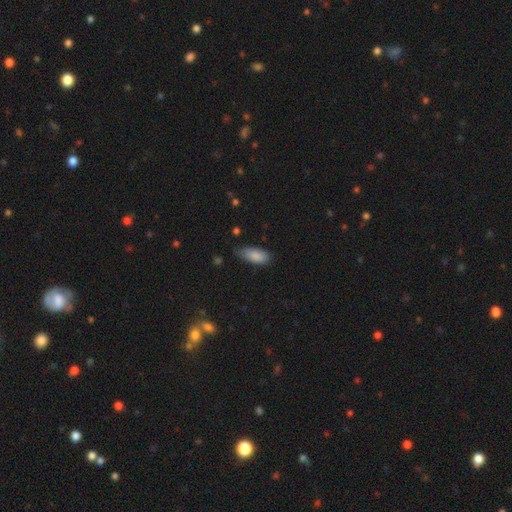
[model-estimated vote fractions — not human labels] The model was most divided on "merging": none: 63%, minor disturbance: 30%, major disturbance: 5%, merger: 2%. More confident: smooth or featured — smooth (87%); how rounded — in between (85%).